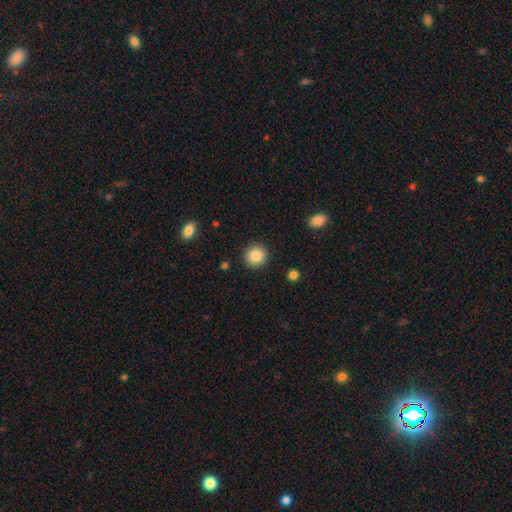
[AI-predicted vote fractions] A smooth galaxy with no disk features (86%) that is round (93%).

Vote fractions:
- Smooth or featured? smooth: 86% / star or artifact: 9% / featured or disk: 5%
- How rounded? round: 93% / in between: 6% / cigar-shaped: 1%
- Merging? none: 91% / minor disturbance: 6% / major disturbance: 2% / merger: 1%